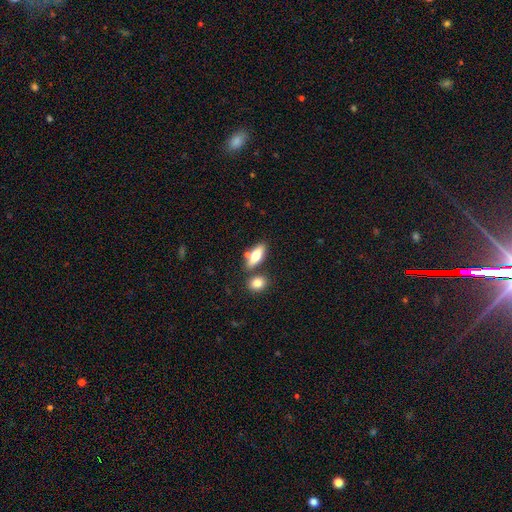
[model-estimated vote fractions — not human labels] Smooth or featured: smooth — 68% (featured or disk — 25%)
How rounded: in between — 68% (cigar-shaped — 27%)
Merging: none — 66% (merger — 19%)